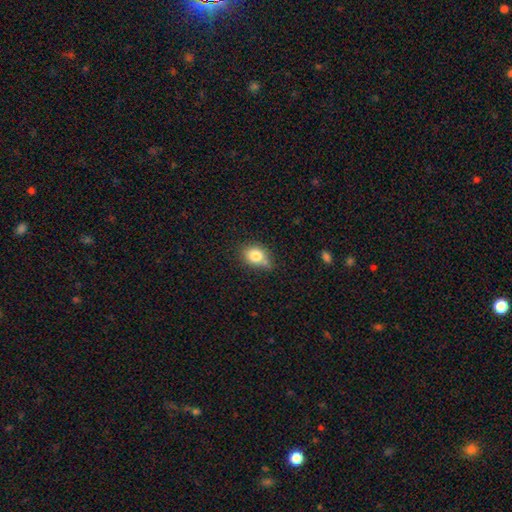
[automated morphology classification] smooth-or-featured: smooth: 80% | star or artifact: 10% | featured or disk: 9%
  how-rounded: round: 50% | in between: 49% | cigar-shaped: 1%
  merging: none: 58% | minor disturbance: 27% | merger: 10% | major disturbance: 6%